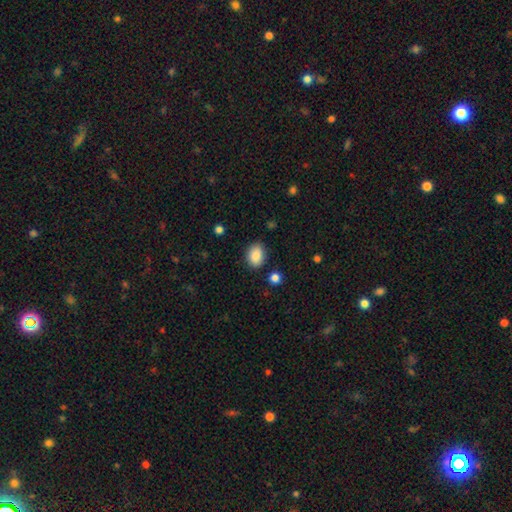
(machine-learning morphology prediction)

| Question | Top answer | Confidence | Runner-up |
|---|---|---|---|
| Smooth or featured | smooth | 87% | star or artifact (8%) |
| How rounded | in between | 75% | round (24%) |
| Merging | none | 82% | minor disturbance (13%) |